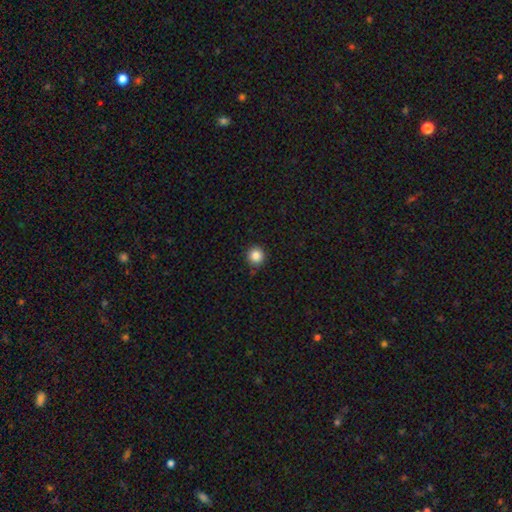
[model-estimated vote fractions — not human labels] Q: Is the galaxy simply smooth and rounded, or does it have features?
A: smooth — 85%.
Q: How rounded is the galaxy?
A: round — 95%.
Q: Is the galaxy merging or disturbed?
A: none — 89%.